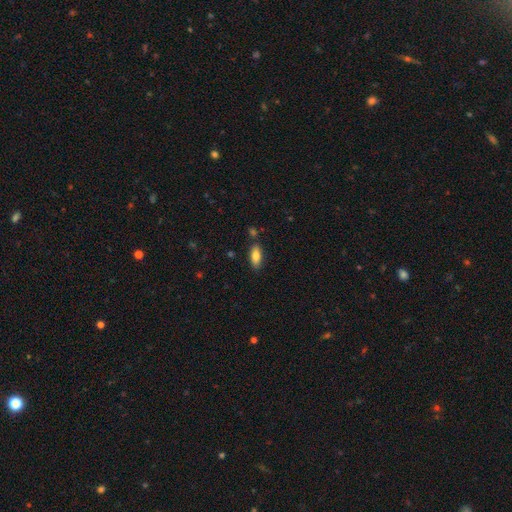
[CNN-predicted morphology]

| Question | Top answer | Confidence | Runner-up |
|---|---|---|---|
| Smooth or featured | smooth | 81% | featured or disk (12%) |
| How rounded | in between | 77% | cigar-shaped (21%) |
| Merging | none | 81% | minor disturbance (12%) |